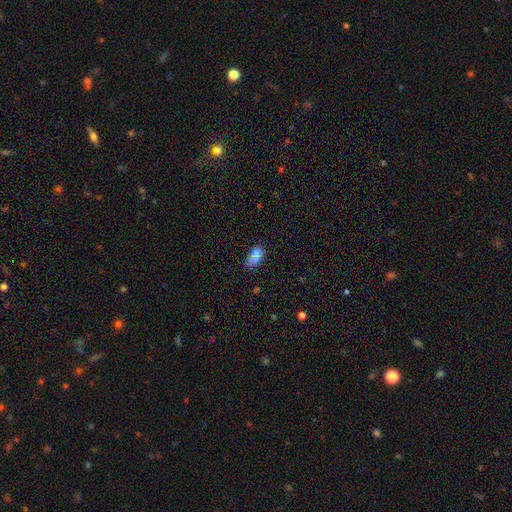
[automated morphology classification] A smooth galaxy with no disk features (68%) that is in between round and cigar-shaped (79%). Merging: none (51%).